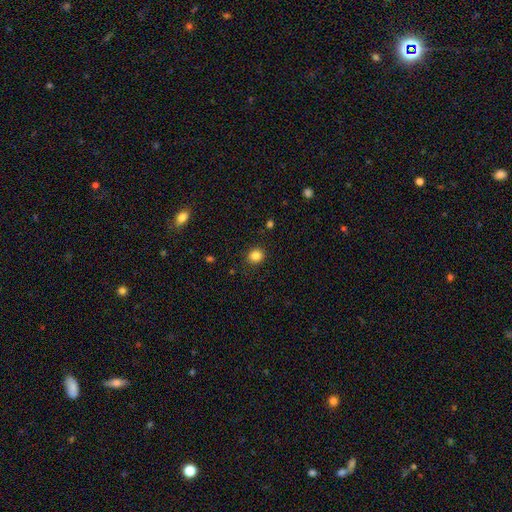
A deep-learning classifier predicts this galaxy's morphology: Smooth or featured? Predicted: smooth (p=0.84). How rounded? Predicted: round (p=0.84). Merging? Predicted: none (p=0.90).